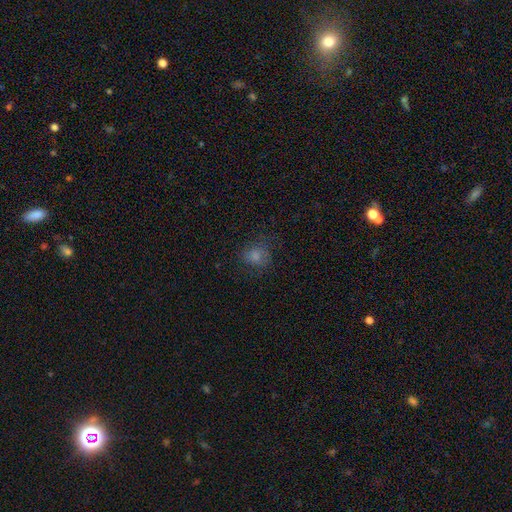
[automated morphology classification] A smooth galaxy with no disk features (76%) that is round (72%).

Vote fractions:
- Smooth or featured? smooth: 76% / star or artifact: 15% / featured or disk: 9%
- How rounded? round: 72% / in between: 27% / cigar-shaped: 1%
- Merging? none: 68% / minor disturbance: 20% / major disturbance: 10% / merger: 2%